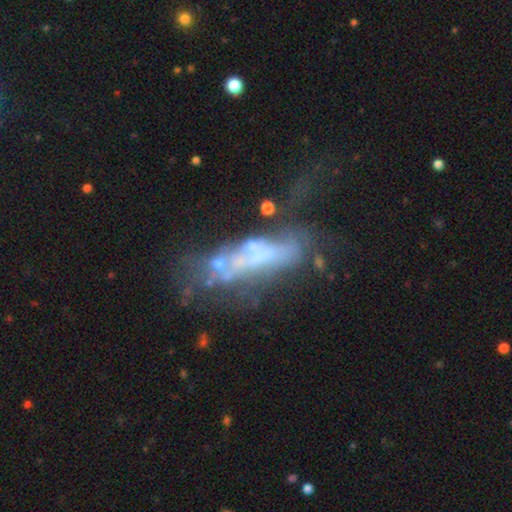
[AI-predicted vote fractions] Q: Smooth or featured?
A: featured or disk (62%); runner-up: smooth (23%)
Q: Edge-on disk?
A: no (79%); runner-up: yes (21%)
Q: Merging?
A: major disturbance (34%); runner-up: none (27%)